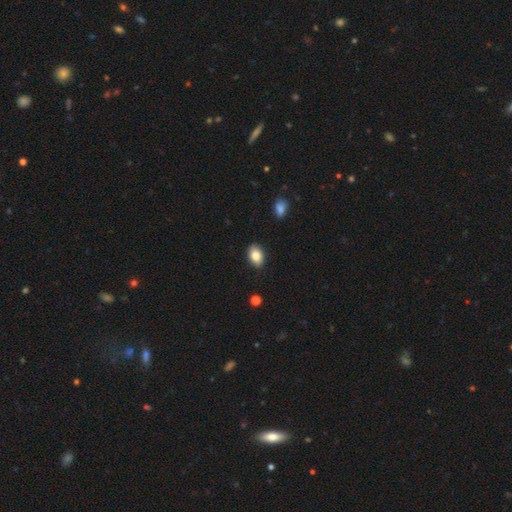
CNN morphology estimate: This is clearly a smooth galaxy (84%). How rounded: clearly in between (87%). Merging: clearly none (87%).